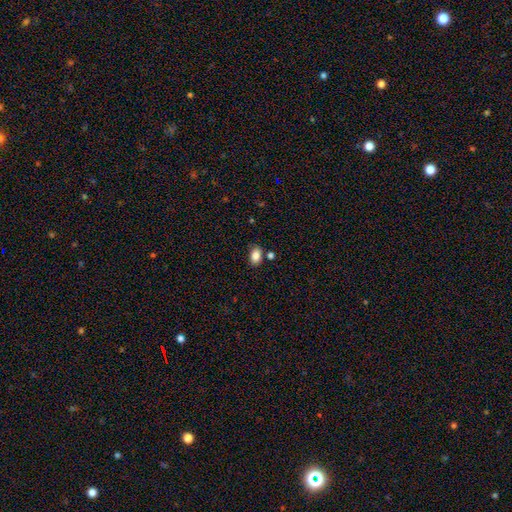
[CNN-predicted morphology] Smooth or featured: smooth — 85% (star or artifact — 9%)
How rounded: in between — 85% (round — 14%)
Merging: none — 77% (minor disturbance — 13%)